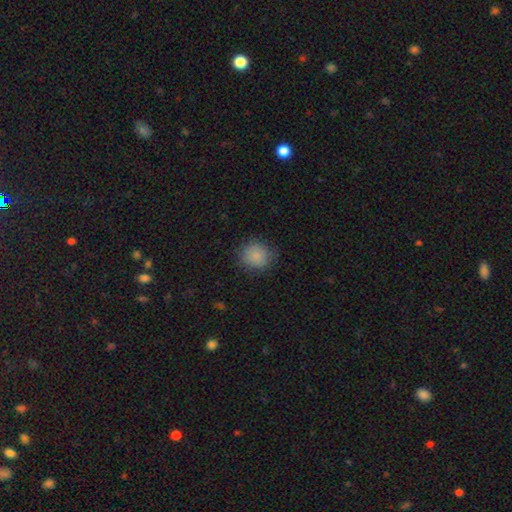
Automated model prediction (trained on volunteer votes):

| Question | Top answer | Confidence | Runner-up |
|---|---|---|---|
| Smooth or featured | smooth | 86% | star or artifact (9%) |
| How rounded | round | 88% | in between (11%) |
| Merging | none | 83% | minor disturbance (12%) |